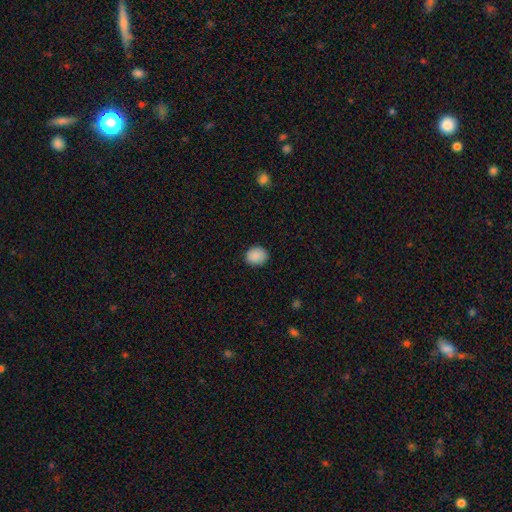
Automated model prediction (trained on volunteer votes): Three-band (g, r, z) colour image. It shows a smooth galaxy with no disk features (89%) that is round (71%). Merging: none (89%).